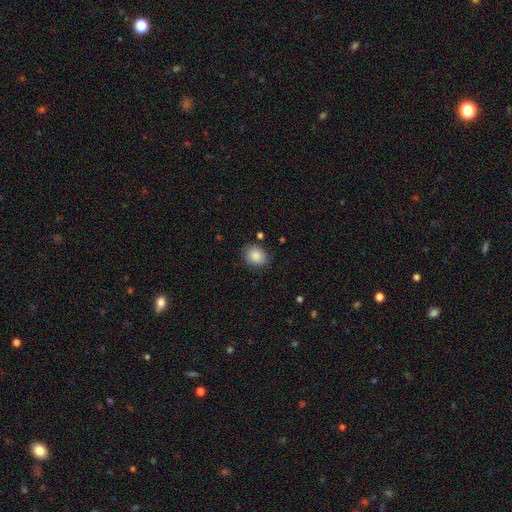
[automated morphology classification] This appears to be a smooth galaxy with no disk features (87%) that is round (56%). Merging: none (78%).